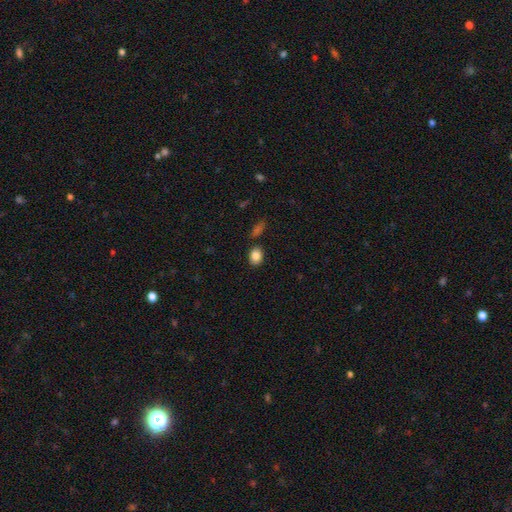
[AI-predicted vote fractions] Smooth or featured? Predicted: smooth (p=0.85). How rounded? Predicted: in between (p=0.60). Merging? Predicted: none (p=0.83).